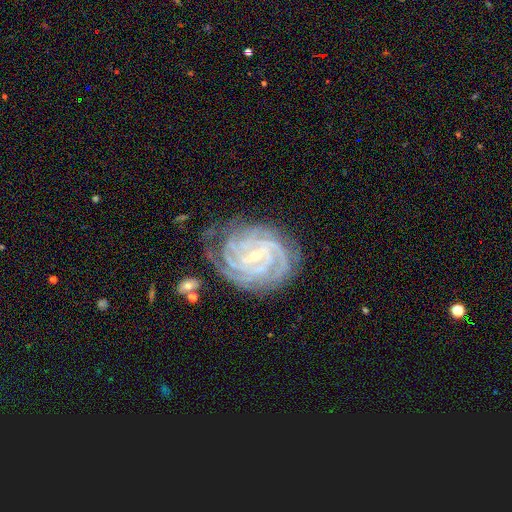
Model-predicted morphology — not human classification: This appears to be a featured or disk galaxy (91%) with a weak bar (42%), 4 (35%) tight (82%) spiral arms (99%) and a small central bulge (76%). Merging: none (73%).